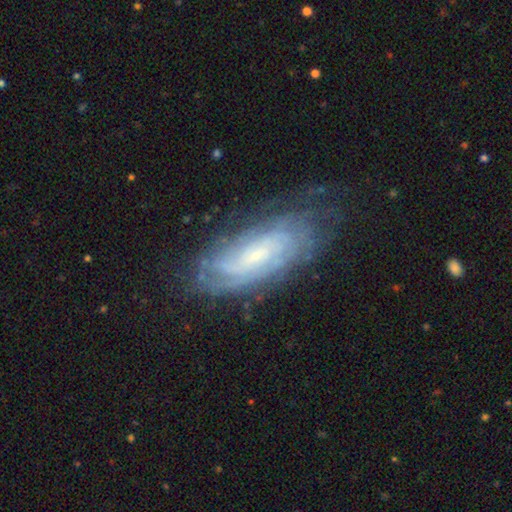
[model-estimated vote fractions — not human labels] Morphology: type=featured or disk (77%); edge-on=no (89%); bar=no (54%); spiral arms=yes (93%); winding=tight (71%); arm count=can't tell (53%); bulge=small (75%); merging=none (71%).